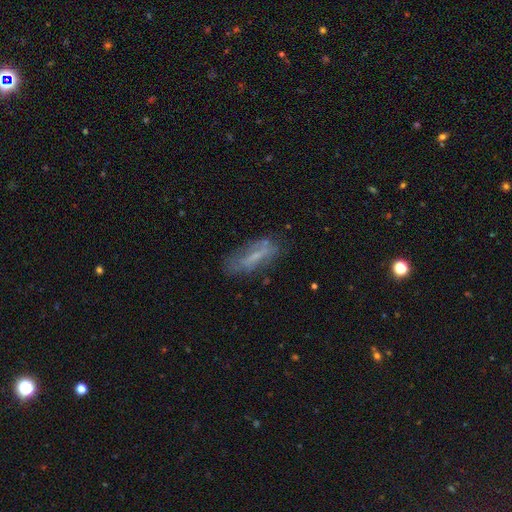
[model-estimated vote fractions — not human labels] smooth-or-featured: smooth: 47% | featured or disk: 43% | star or artifact: 10%
  merging: none: 65% | minor disturbance: 23% | major disturbance: 10% | merger: 3%